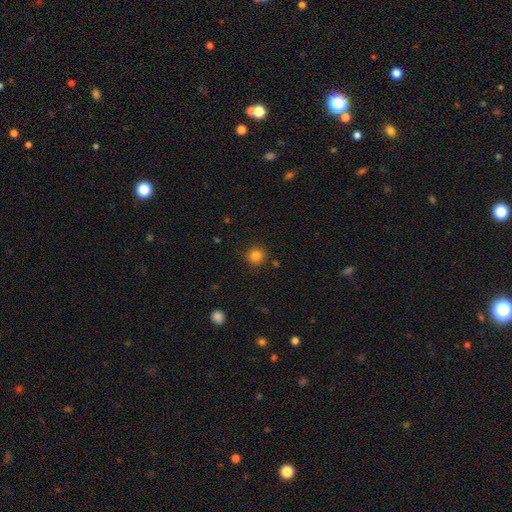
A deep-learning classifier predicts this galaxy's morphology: smooth 83%, star or artifact 13%, featured or disk 5%. Down the decision tree: how rounded — round (93%); merging — none (90%).